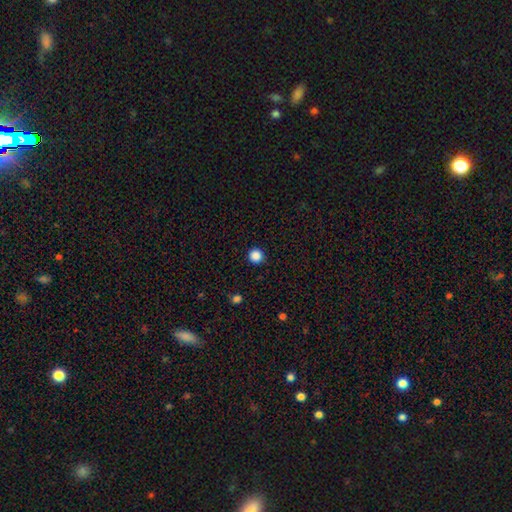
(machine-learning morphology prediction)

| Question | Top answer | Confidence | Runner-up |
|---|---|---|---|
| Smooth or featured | smooth | 87% | star or artifact (11%) |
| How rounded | round | 96% | in between (3%) |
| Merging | none | 93% | minor disturbance (4%) |